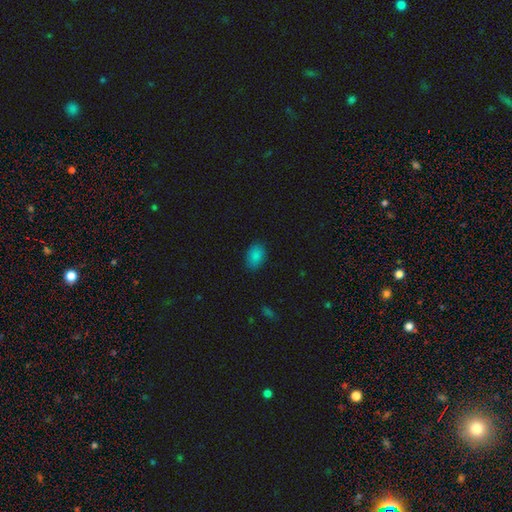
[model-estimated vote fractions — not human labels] Smooth or featured?
  - smooth: 86% *
  - star or artifact: 10%
  - featured or disk: 4%
How rounded?
  - in between: 86% *
  - round: 13%
  - cigar-shaped: 1%
Merging?
  - none: 85% *
  - minor disturbance: 11%
  - major disturbance: 3%
  - merger: 1%